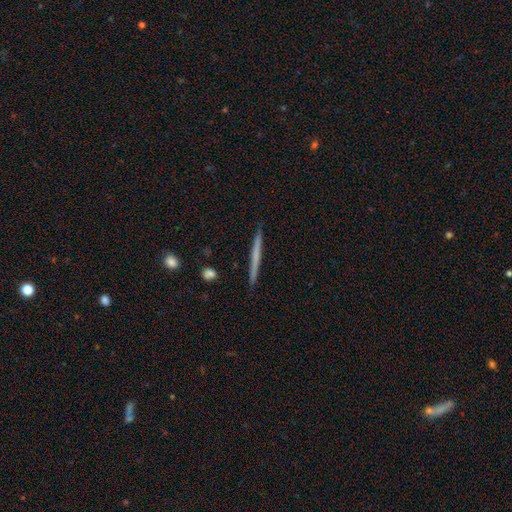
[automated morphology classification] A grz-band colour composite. It shows a smooth galaxy with no disk features (51%) that is cigar-shaped (97%). Merging: none (91%).